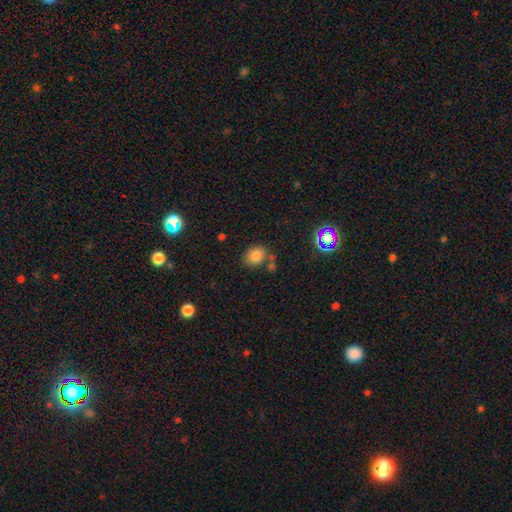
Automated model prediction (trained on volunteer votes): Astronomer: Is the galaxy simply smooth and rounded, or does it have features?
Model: smooth — 80%.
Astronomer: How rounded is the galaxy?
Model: in between — 53% (runner-up: round, 46%).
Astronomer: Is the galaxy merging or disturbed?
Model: none — 65%.